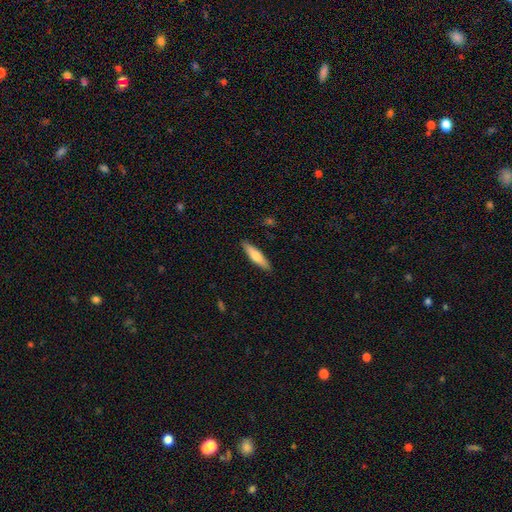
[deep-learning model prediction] Smooth or featured? smooth (67%)
How rounded? cigar-shaped (76%)
Merging? none (90%)